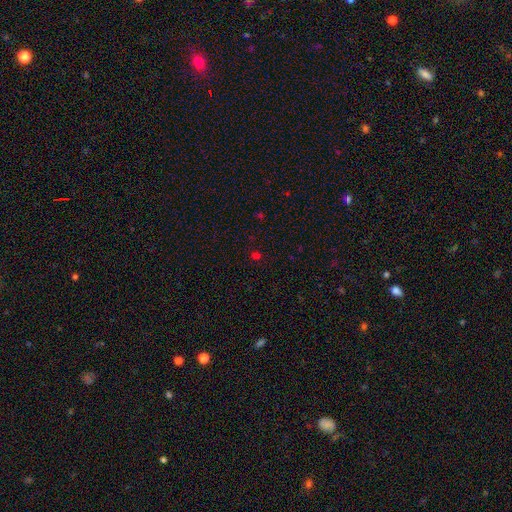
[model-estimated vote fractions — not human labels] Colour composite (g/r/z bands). It shows a smooth galaxy with no disk features (49%). Merging: none (79%).